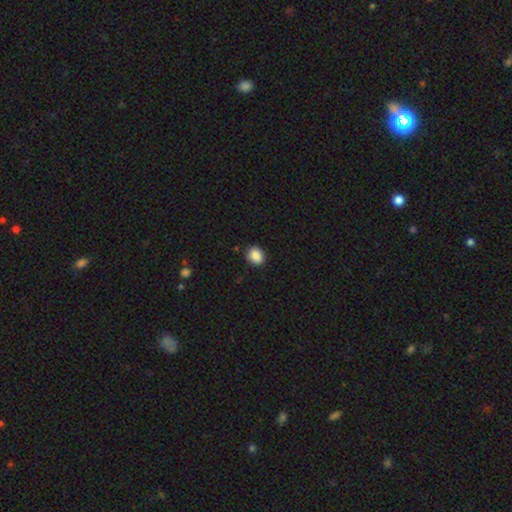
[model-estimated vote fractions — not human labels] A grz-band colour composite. It shows a smooth galaxy with no disk features (88%) that is round (51%). Merging: none (87%).